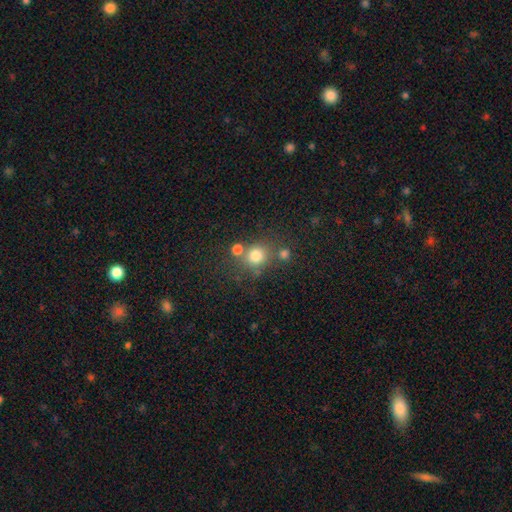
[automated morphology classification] smooth-or-featured: smooth: 77% | star or artifact: 15% | featured or disk: 8%
  how-rounded: round: 80% | in between: 19% | cigar-shaped: 1%
  merging: none: 62% | merger: 21% | minor disturbance: 11% | major disturbance: 5%